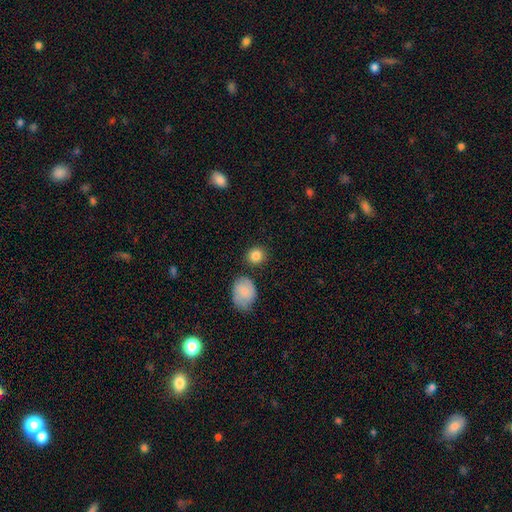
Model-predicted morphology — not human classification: Smooth or featured?
  - smooth: 87% *
  - star or artifact: 8%
  - featured or disk: 5%
How rounded?
  - round: 81% *
  - in between: 18%
  - cigar-shaped: 1%
Merging?
  - none: 81% *
  - minor disturbance: 10%
  - merger: 7%
  - major disturbance: 3%